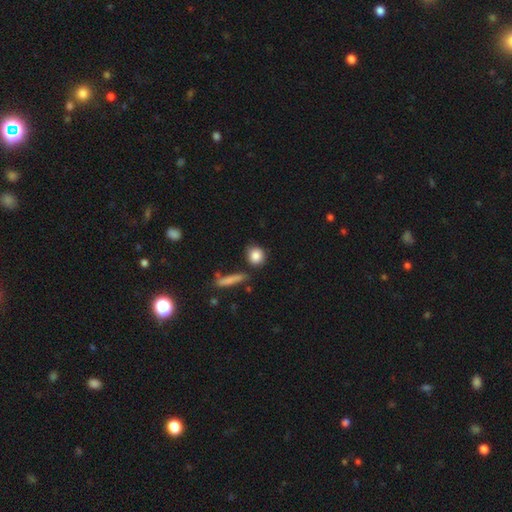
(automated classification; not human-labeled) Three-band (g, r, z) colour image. It shows a smooth galaxy with no disk features (85%) that is round (77%). Merging: none (76%).